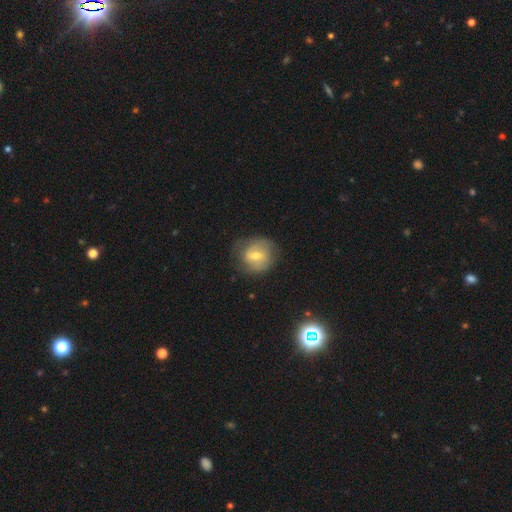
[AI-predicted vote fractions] A featured or disk galaxy (53%) with a weak bar (53%), spiral arms (62%) and a moderate central bulge (59%).

Vote fractions:
- Smooth or featured? featured or disk: 53% / smooth: 40% / star or artifact: 7%
- Edge-on disk? no: 95% / yes: 5%
- Bar? weak: 53% / strong: 27% / no: 20%
- Spiral arms? yes: 62% / no: 38%
- Bulge size? moderate: 59% / small: 34% / large: 4% / none: 2% / dominant: 1%
- Merging? none: 70% / minor disturbance: 20% / major disturbance: 9% / merger: 1%